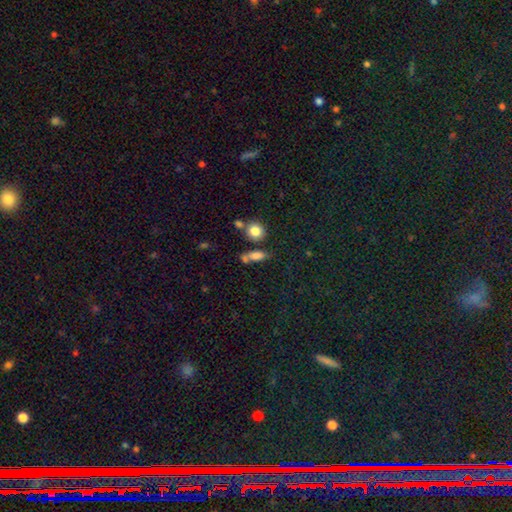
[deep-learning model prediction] Overall: smooth (77%). How rounded: in between (64%). Merging: none (52%; merger 24%).